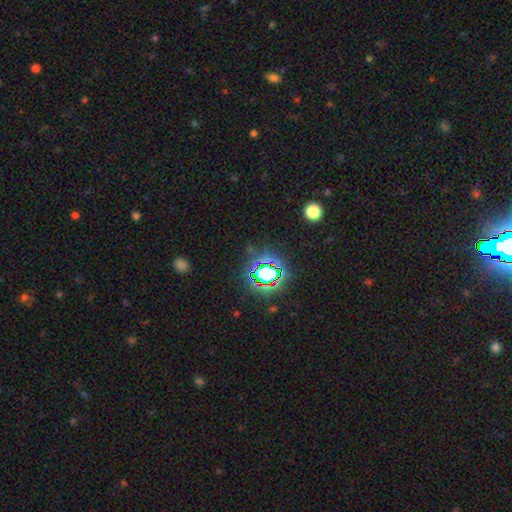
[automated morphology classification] The model was most divided on "smooth or featured": star or artifact: 80%, smooth: 13%, featured or disk: 7%.